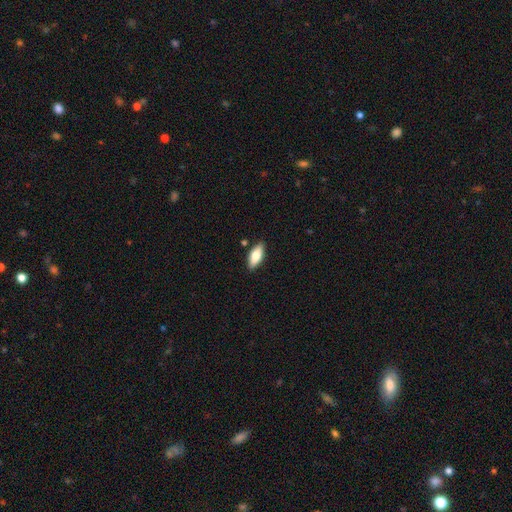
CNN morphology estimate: Smooth or featured?
  - smooth: 75% *
  - featured or disk: 19%
  - star or artifact: 6%
How rounded?
  - in between: 80% *
  - cigar-shaped: 17%
  - round: 2%
Merging?
  - none: 86% *
  - minor disturbance: 10%
  - merger: 2%
  - major disturbance: 2%